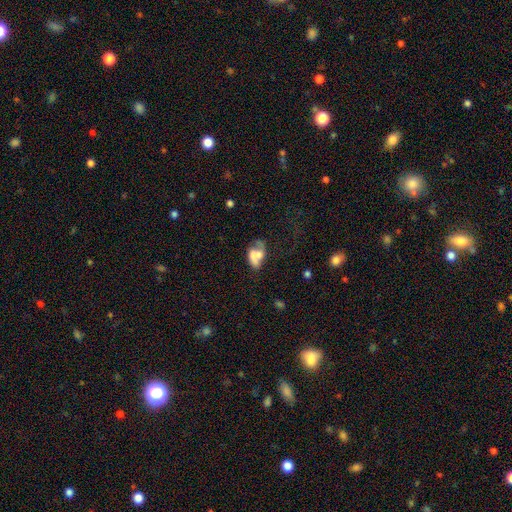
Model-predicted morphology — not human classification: This appears to be a smooth galaxy with no disk features (52%) that is in between round and cigar-shaped (83%). Merging: merger (41%).